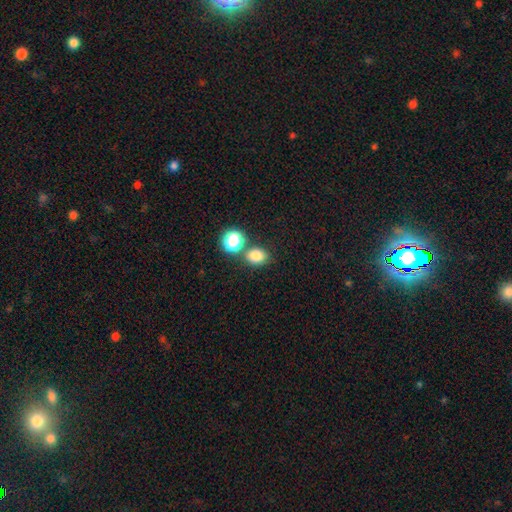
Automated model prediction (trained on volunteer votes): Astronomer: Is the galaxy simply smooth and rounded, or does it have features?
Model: smooth — 80%.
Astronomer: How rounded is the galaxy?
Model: round — 54% (runner-up: in between, 45%).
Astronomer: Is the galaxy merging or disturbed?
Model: none — 67%.